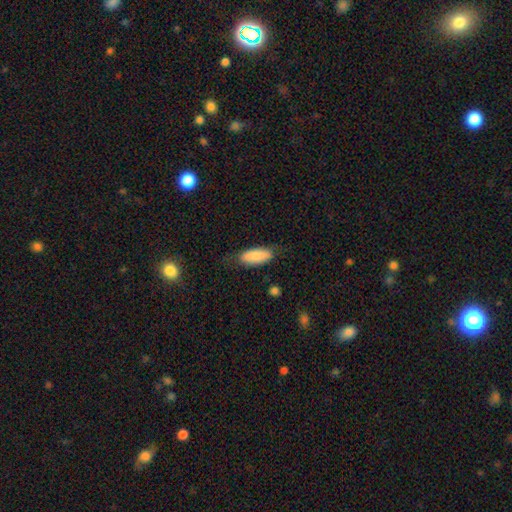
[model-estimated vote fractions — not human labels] This is clearly a smooth galaxy (83%). How rounded: likely in between (78%). Merging: likely none (70%).